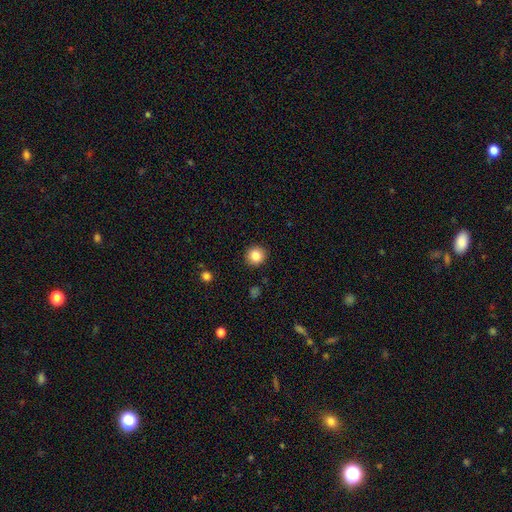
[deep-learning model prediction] Q: Smooth or featured?
A: smooth (84%); runner-up: star or artifact (10%)
Q: How rounded?
A: round (91%); runner-up: in between (8%)
Q: Merging?
A: none (91%); runner-up: minor disturbance (6%)